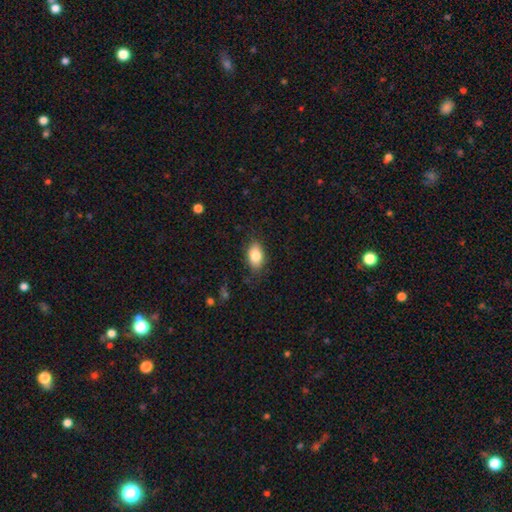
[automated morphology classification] Q: Smooth or featured?
A: smooth (83%); runner-up: featured or disk (9%)
Q: How rounded?
A: in between (88%); runner-up: round (10%)
Q: Merging?
A: none (83%); runner-up: minor disturbance (13%)